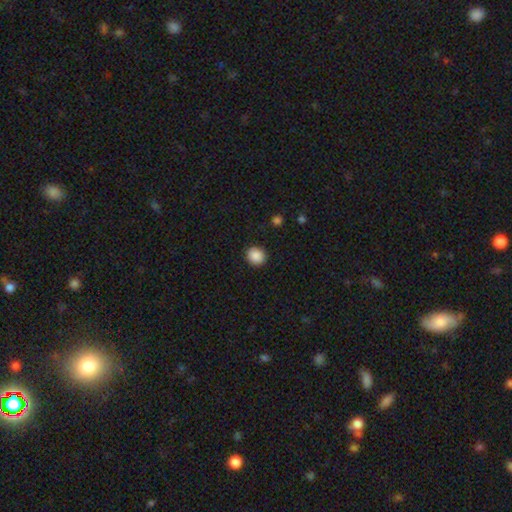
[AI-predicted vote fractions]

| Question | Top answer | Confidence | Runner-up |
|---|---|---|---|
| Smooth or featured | smooth | 89% | star or artifact (9%) |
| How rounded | round | 82% | in between (17%) |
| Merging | none | 91% | minor disturbance (6%) |